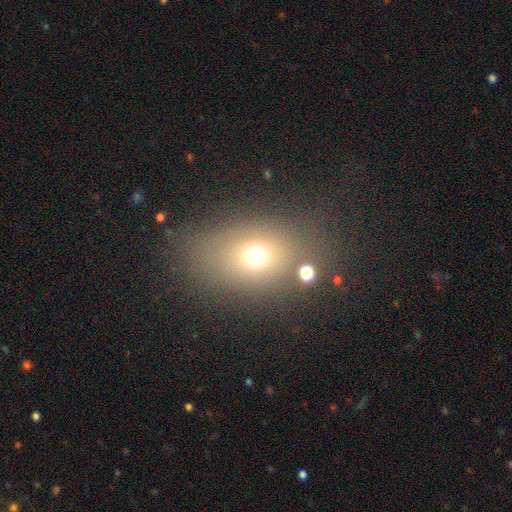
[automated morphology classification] smooth_or_featured: smooth (p=0.66) [alt: star or artifact p=0.17]
how_rounded: in between (p=0.69) [alt: round p=0.28]
merging: none (p=0.71) [alt: minor disturbance p=0.14]